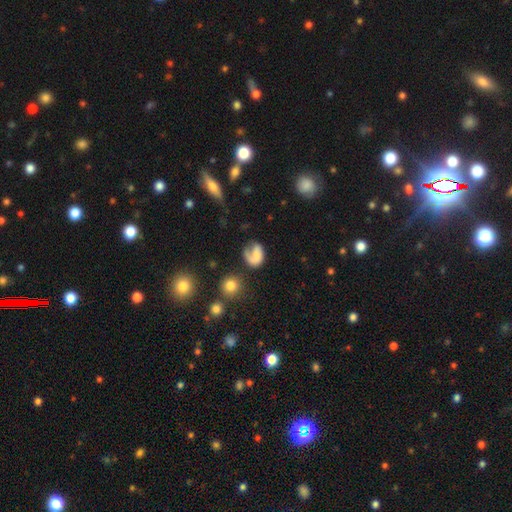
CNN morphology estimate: smooth 49%, featured or disk 42%, star or artifact 9%. Down the decision tree: merging — none (37%).